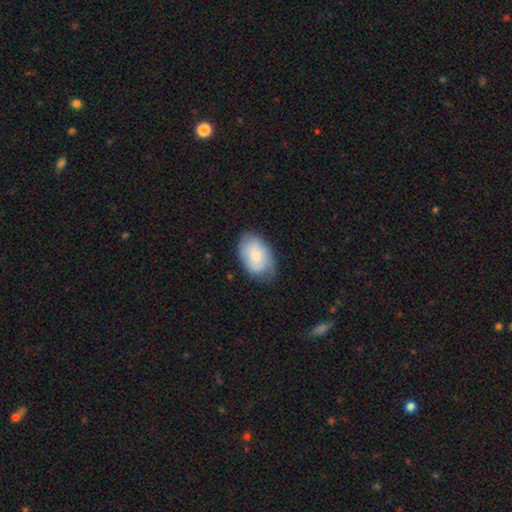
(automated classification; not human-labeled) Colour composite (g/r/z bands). It shows a smooth galaxy with no disk features (62%) that is in between round and cigar-shaped (88%). Merging: none (70%).